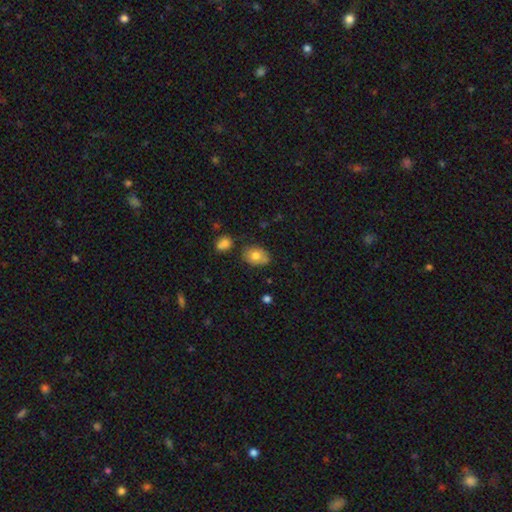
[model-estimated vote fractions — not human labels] A smooth galaxy with no disk features (77%) that is in between round and cigar-shaped (68%). Merging: none (67%).